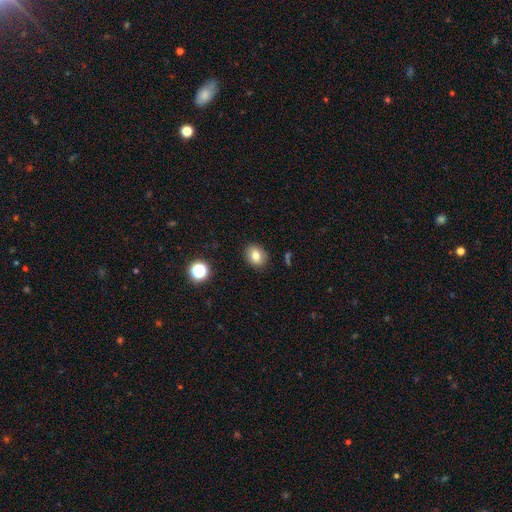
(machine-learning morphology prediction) Overall: smooth (78%). How rounded: round (52%; in between 47%). Merging: none (87%).